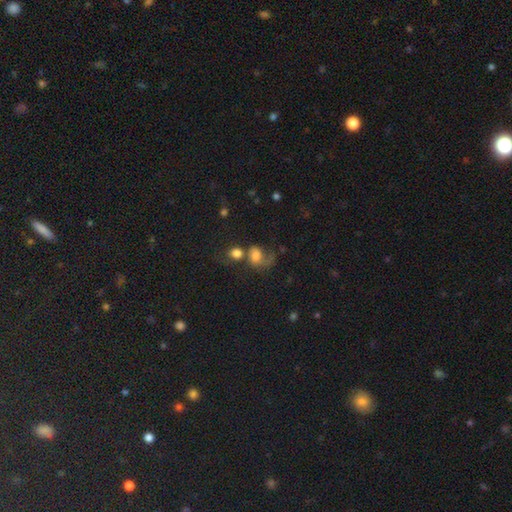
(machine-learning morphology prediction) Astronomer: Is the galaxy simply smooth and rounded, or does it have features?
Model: smooth — 62%.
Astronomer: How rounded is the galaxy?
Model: round — 52% (runner-up: in between, 47%).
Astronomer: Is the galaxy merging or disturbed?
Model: merger — 40% (runner-up: major disturbance, 25%).